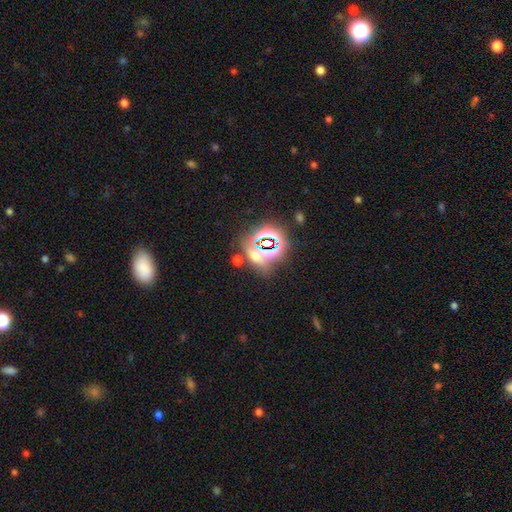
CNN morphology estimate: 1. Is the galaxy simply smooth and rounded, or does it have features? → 54% star or artifact, 36% smooth, 10% featured or disk.